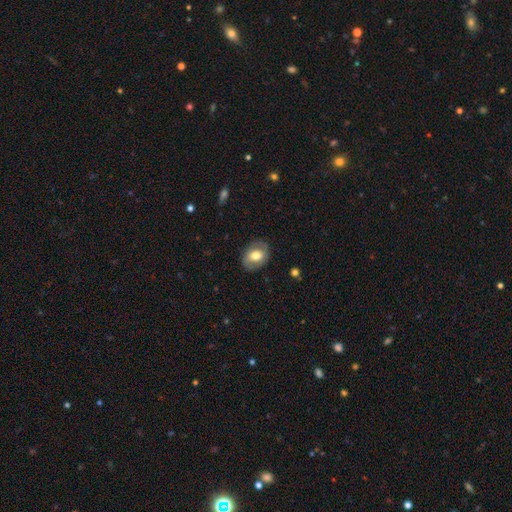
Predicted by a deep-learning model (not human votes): smooth-or-featured: smooth: 63% | featured or disk: 30% | star or artifact: 7%
  how-rounded: in between: 66% | round: 33% | cigar-shaped: 1%
  merging: none: 82% | minor disturbance: 13% | major disturbance: 4% | merger: 1%